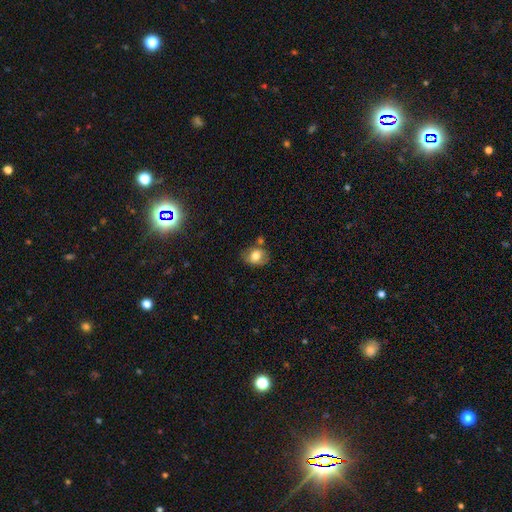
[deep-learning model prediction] Smooth or featured? smooth (73%)
How rounded? in between (58%)
Merging? none (61%)